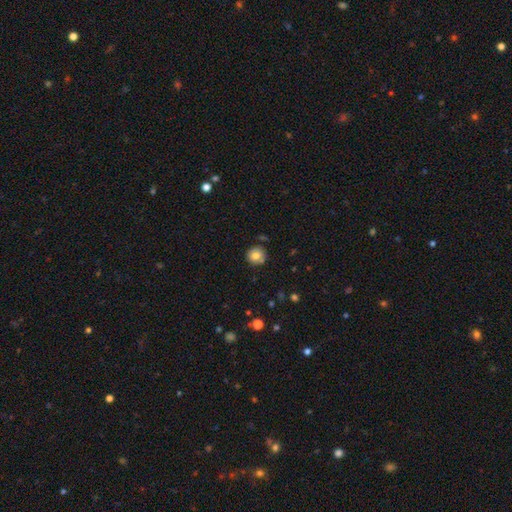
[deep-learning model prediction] A smooth galaxy with no disk features (78%) that is round (92%). Merging: none (85%).